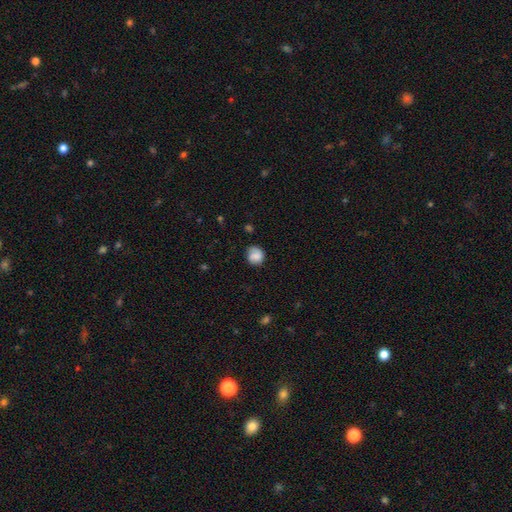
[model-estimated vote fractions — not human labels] smooth_or_featured: smooth (p=0.75) [alt: featured or disk p=0.17]
how_rounded: round (p=0.80) [alt: in between p=0.19]
merging: none (p=0.64) [alt: minor disturbance p=0.25]